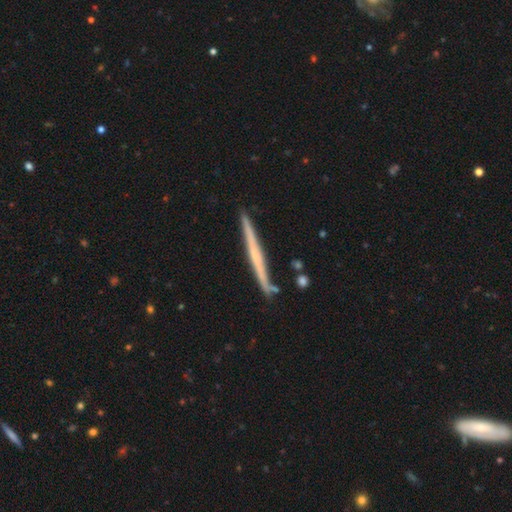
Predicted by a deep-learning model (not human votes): Overall: featured or disk (65%; smooth 29%). Edge-on disk: yes (97%). Edge-on bulge: none (65%; rounded 27%). Merging: none (83%).